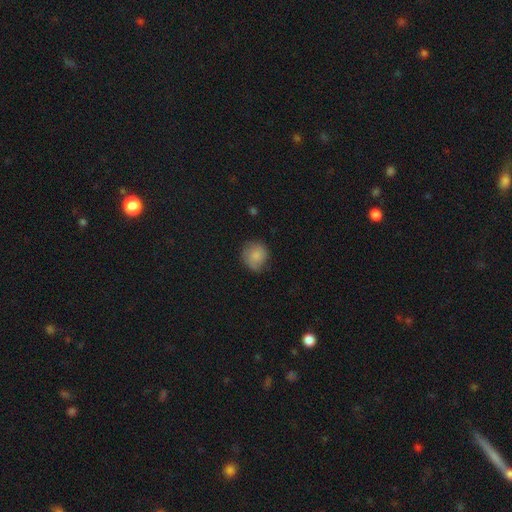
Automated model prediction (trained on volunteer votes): smooth 82%, featured or disk 11%, star or artifact 8%. Down the decision tree: how rounded — round (86%); merging — none (72%).